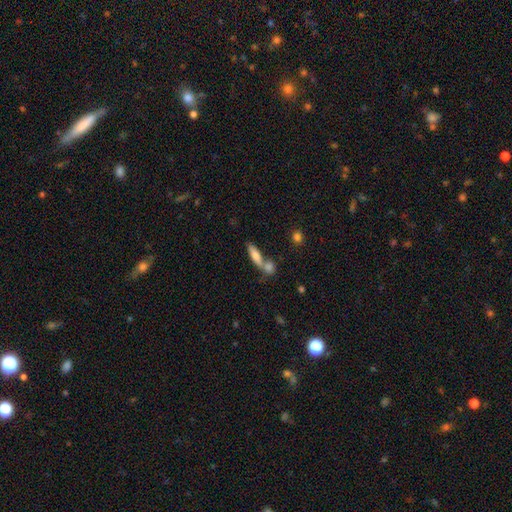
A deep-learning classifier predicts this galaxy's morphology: A smooth galaxy with no disk features (71%) that is cigar-shaped (59%). Merging: none (48%).